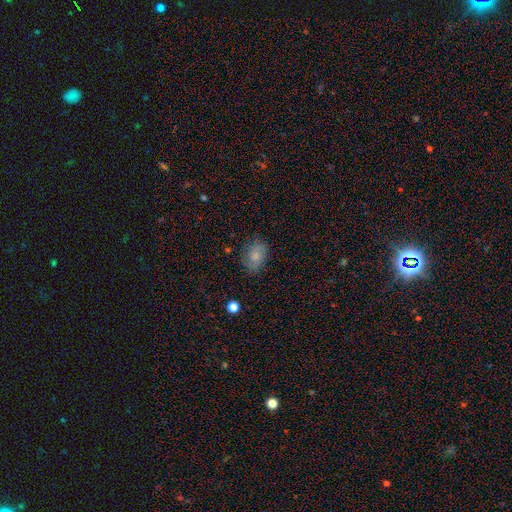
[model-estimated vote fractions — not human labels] Smooth or featured? smooth (62%)
How rounded? in between (73%)
Merging? none (72%)